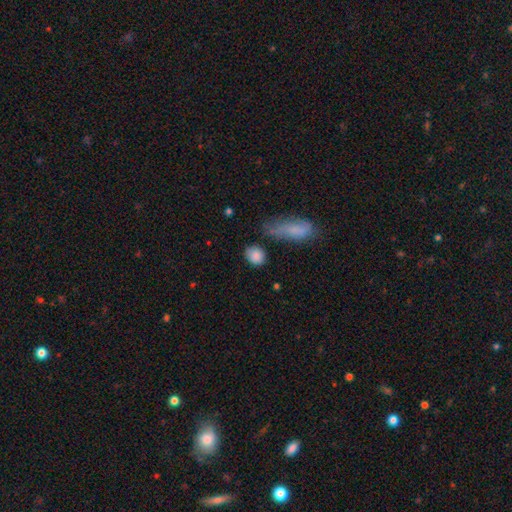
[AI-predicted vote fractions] Morphology: type=smooth (85%); roundness=round (54%); merging=none (71%).